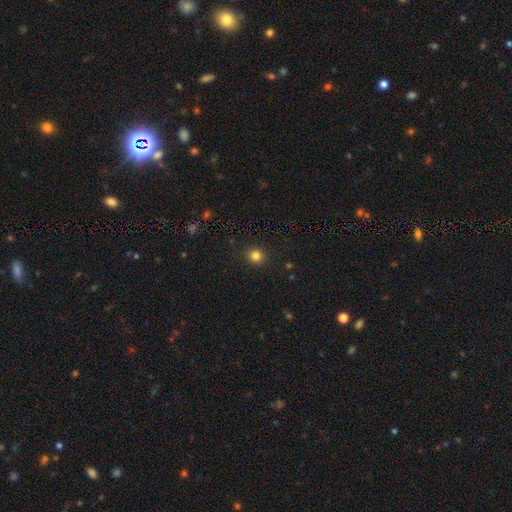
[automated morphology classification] smooth_or_featured: smooth (p=0.82) [alt: star or artifact p=0.13]
how_rounded: round (p=0.90) [alt: in between p=0.09]
merging: none (p=0.92) [alt: minor disturbance p=0.06]